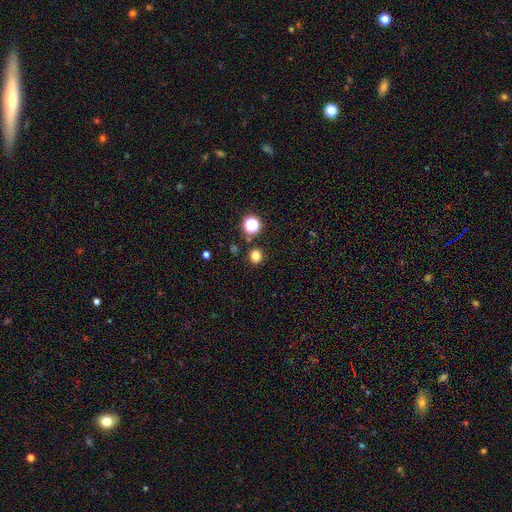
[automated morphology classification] type=smooth (79%); roundness=round (85%); merging=none (87%).